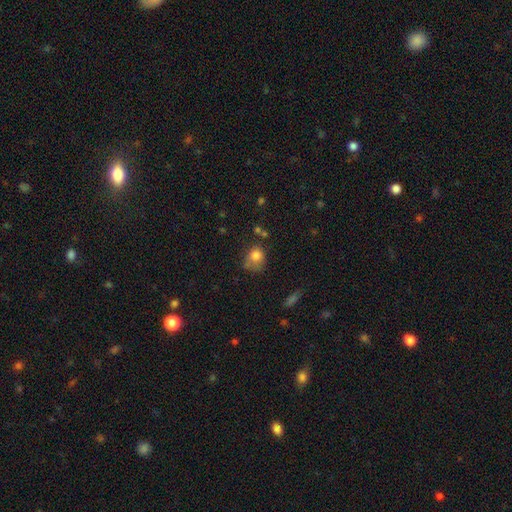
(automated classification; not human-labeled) Q: Smooth or featured?
A: smooth (78%); runner-up: featured or disk (11%)
Q: How rounded?
A: round (69%); runner-up: in between (30%)
Q: Merging?
A: none (46%); runner-up: minor disturbance (29%)